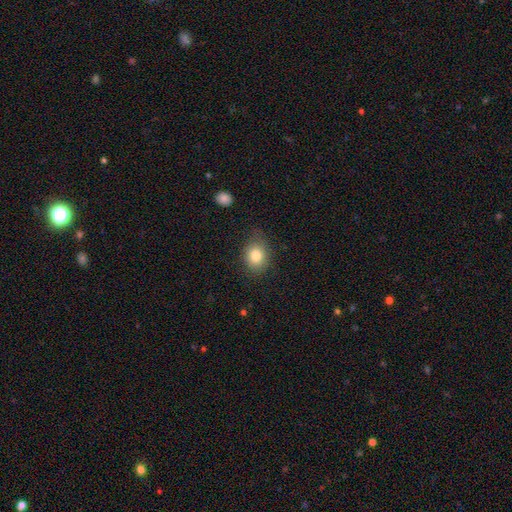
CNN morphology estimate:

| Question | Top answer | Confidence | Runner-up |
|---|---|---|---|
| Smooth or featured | smooth | 81% | star or artifact (10%) |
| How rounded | round | 52% | in between (47%) |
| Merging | none | 75% | minor disturbance (18%) |